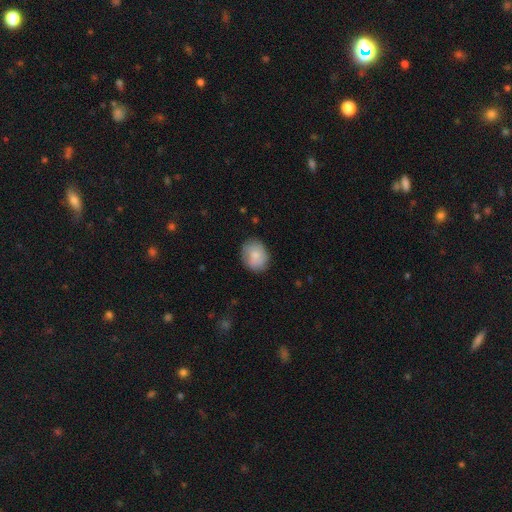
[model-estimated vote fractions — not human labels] Overall: smooth (76%). How rounded: round (52%; in between 47%). Merging: none (78%).